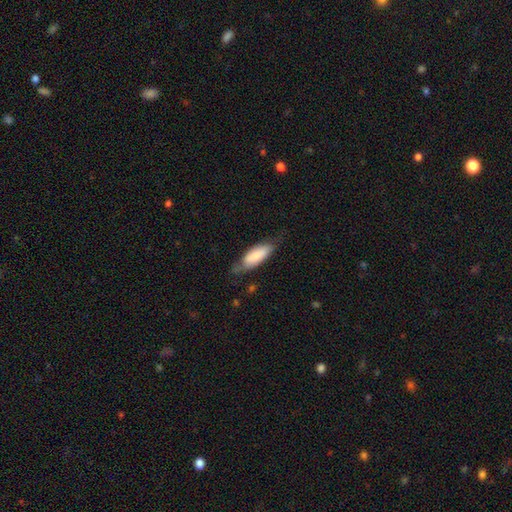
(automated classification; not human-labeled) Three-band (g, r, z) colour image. It shows a smooth galaxy with no disk features (74%) that is in between round and cigar-shaped (71%). Merging: none (58%).